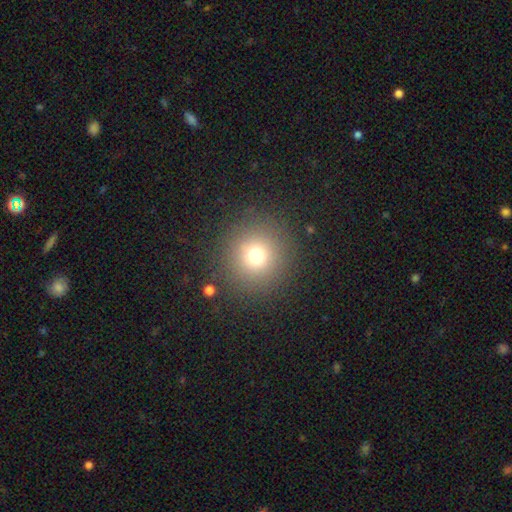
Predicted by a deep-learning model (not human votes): Smooth or featured? smooth (72%)
How rounded? round (94%)
Merging? none (88%)